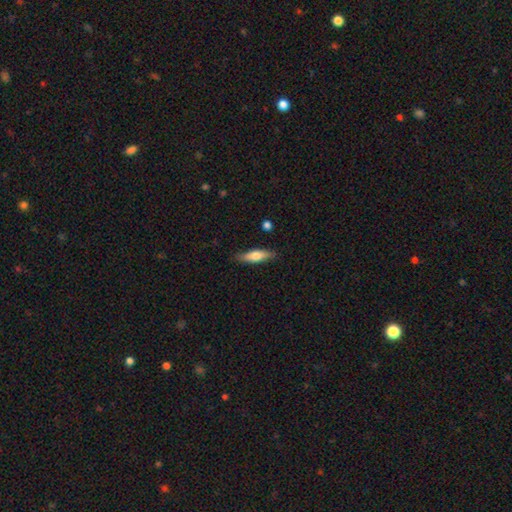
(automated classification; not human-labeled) A smooth galaxy with no disk features (66%) that is cigar-shaped (60%).

Vote fractions:
- Smooth or featured? smooth: 66% / featured or disk: 28% / star or artifact: 6%
- How rounded? cigar-shaped: 60% / in between: 38% / round: 2%
- Merging? none: 85% / minor disturbance: 11% / major disturbance: 2% / merger: 2%